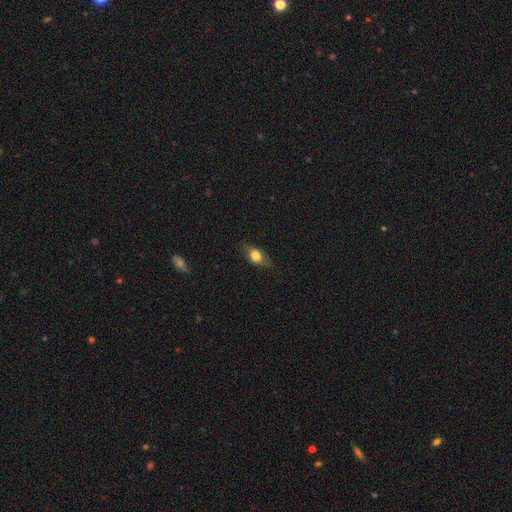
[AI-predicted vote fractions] Overall: smooth (68%). How rounded: in between (73%). Merging: none (77%).